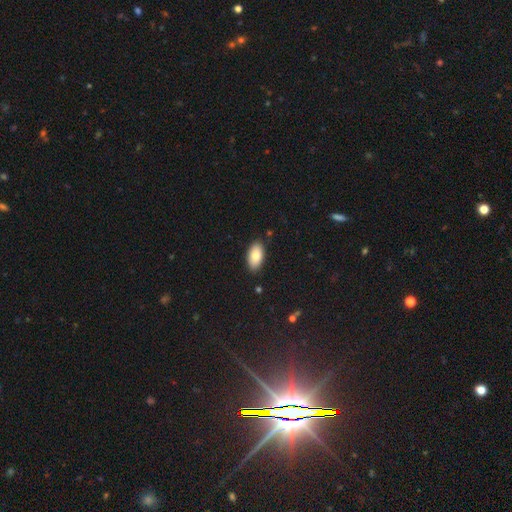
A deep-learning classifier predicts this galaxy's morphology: A smooth galaxy with no disk features (83%) that is in between round and cigar-shaped (94%). Merging: none (87%).